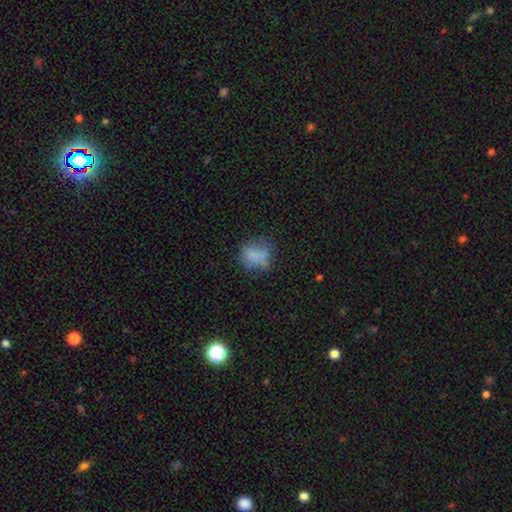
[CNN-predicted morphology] This appears to be a smooth galaxy with no disk features (69%) that is round (49%, tied with in between). Merging: none (46%).